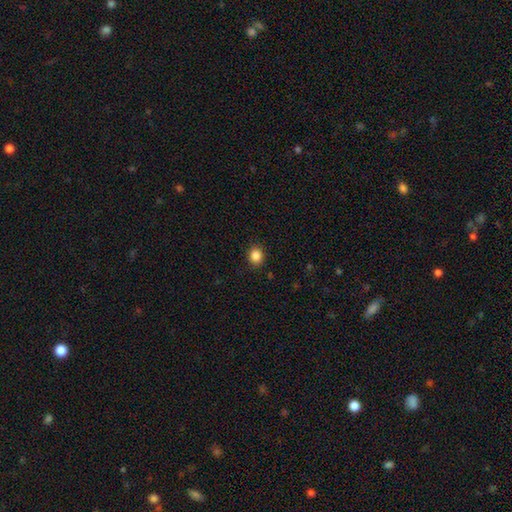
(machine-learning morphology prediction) smooth 86%, star or artifact 10%, featured or disk 4%. Down the decision tree: how rounded — round (72%); merging — none (90%).